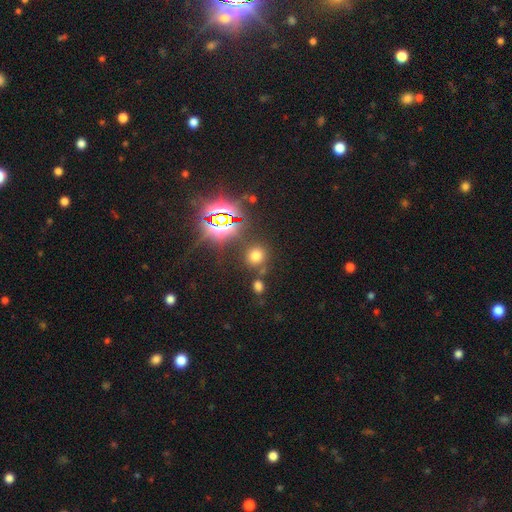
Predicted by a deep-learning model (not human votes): A smooth galaxy with no disk features (63%) that is round (83%).

Vote fractions:
- Smooth or featured? smooth: 63% / star or artifact: 30% / featured or disk: 7%
- How rounded? round: 83% / in between: 16% / cigar-shaped: 1%
- Merging? none: 77% / merger: 10% / minor disturbance: 10% / major disturbance: 4%